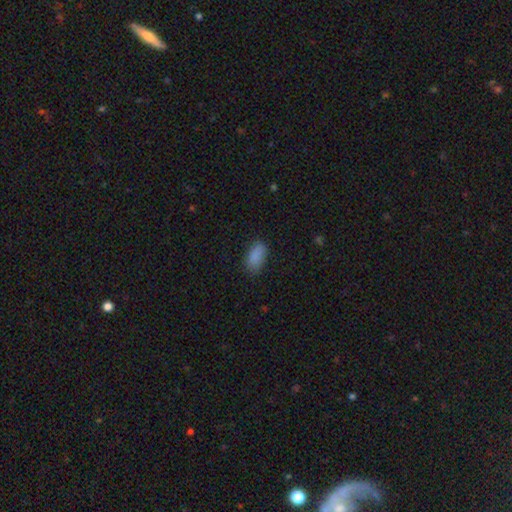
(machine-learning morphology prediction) The model was most divided on "merging": none: 80%, minor disturbance: 16%, major disturbance: 4%, merger: 1%. More confident: how rounded — in between (91%); smooth or featured — smooth (87%).